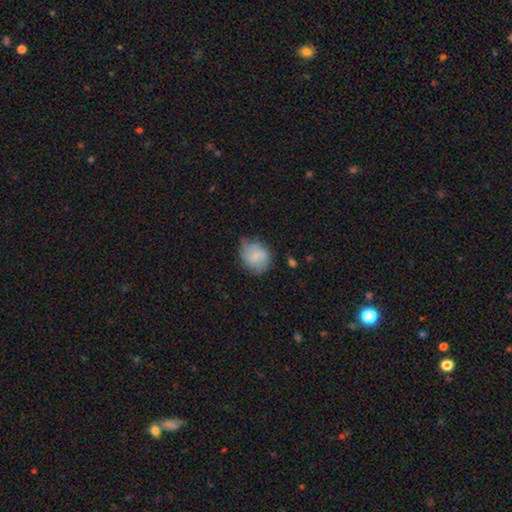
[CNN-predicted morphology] Q: Smooth or featured?
A: smooth (78%); runner-up: featured or disk (15%)
Q: How rounded?
A: round (63%); runner-up: in between (36%)
Q: Merging?
A: none (56%); runner-up: minor disturbance (35%)